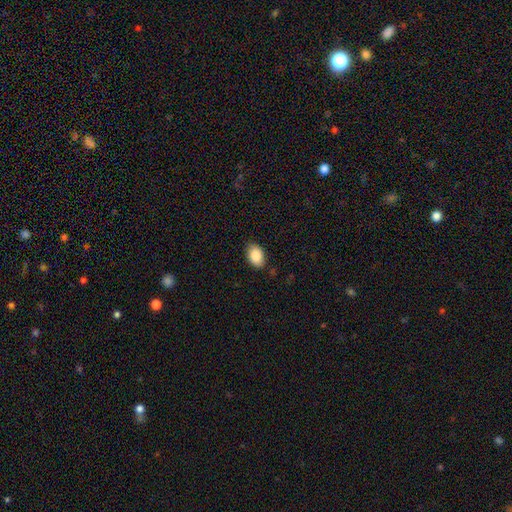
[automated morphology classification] type=smooth (88%); roundness=in between (86%); merging=none (83%).